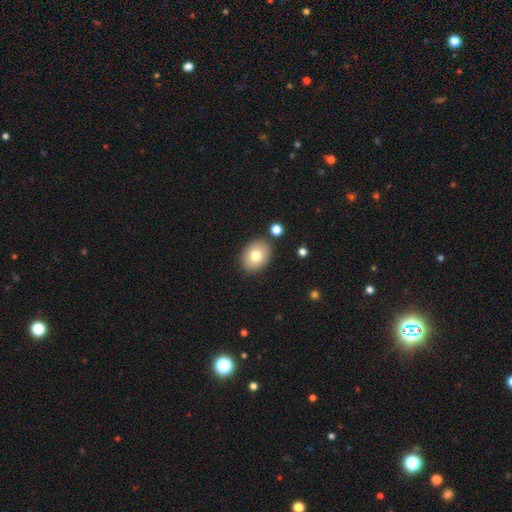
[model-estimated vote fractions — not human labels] The model was most divided on "how rounded": in between: 67%, round: 32%, cigar-shaped: 1%. More confident: merging — none (85%); smooth or featured — smooth (78%).